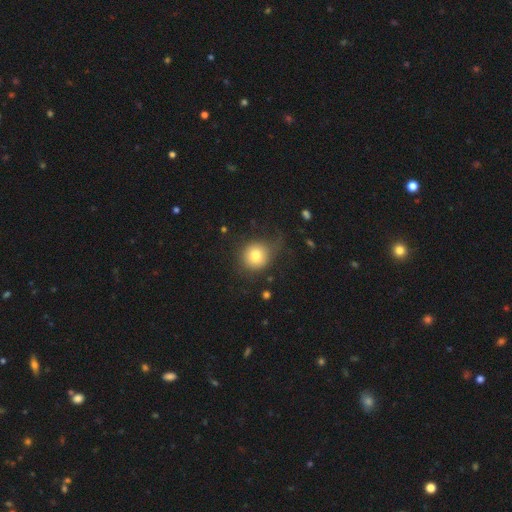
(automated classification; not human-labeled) This appears to be a smooth galaxy with no disk features (78%) that is round (86%). Merging: none (63%).